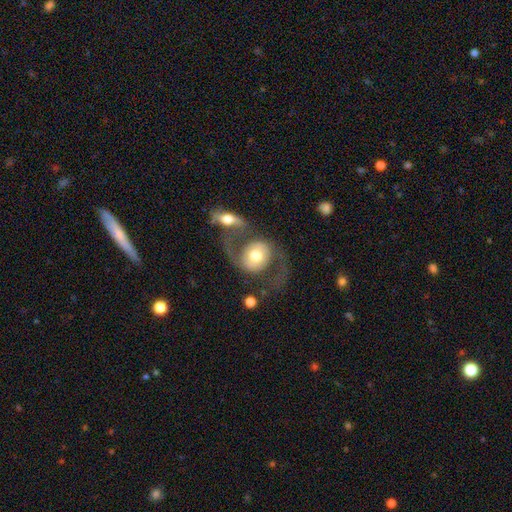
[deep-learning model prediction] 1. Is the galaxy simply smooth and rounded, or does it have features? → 68% featured or disk, 26% smooth, 6% star or artifact.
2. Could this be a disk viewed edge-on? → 96% no, 4% yes.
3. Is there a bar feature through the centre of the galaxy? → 66% no, 25% weak, 8% strong.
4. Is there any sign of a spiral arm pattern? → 81% yes, 19% no.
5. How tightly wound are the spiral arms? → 56% loose, 35% medium, 9% tight.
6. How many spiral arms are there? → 87% 2, 6% 1, 4% can't tell, 1% 3, 1% 4, 1% more than 4.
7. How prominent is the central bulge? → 62% moderate, 25% large, 8% small, 3% dominant, 1% none.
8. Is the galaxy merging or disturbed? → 38% none, 31% merger, 18% major disturbance, 13% minor disturbance.